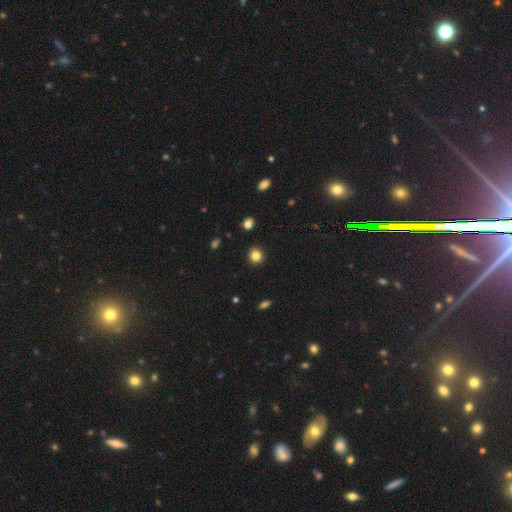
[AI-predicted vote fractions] This appears to be a smooth galaxy with no disk features (83%) that is round (87%). Merging: none (91%).